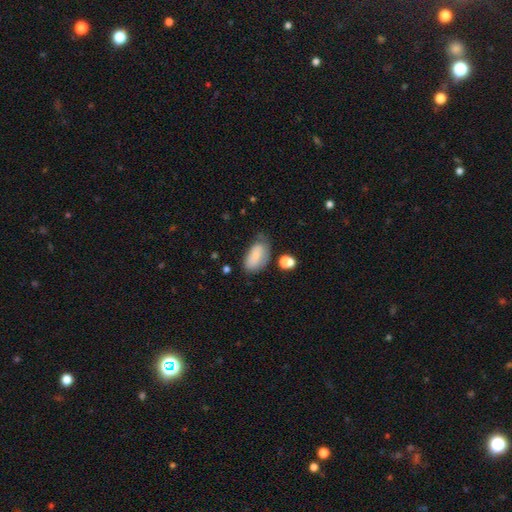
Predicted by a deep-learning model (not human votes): Morphology: type=smooth (76%); roundness=in between (92%); merging=none (51%).